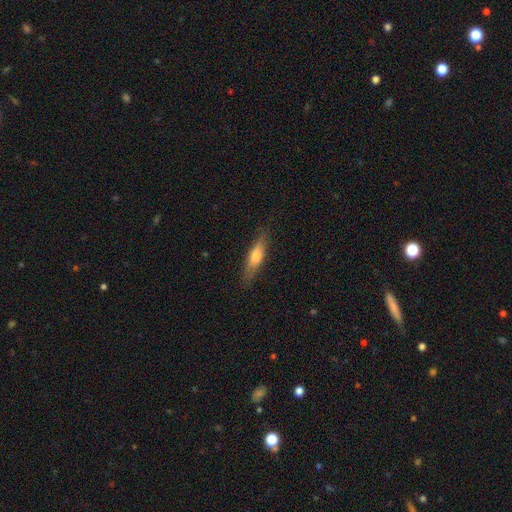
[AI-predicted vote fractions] A smooth galaxy with no disk features (57%) that is cigar-shaped (72%).

Vote fractions:
- Smooth or featured? smooth: 57% / featured or disk: 37% / star or artifact: 7%
- How rounded? cigar-shaped: 72% / in between: 26% / round: 2%
- Merging? none: 84% / minor disturbance: 12% / major disturbance: 3% / merger: 1%